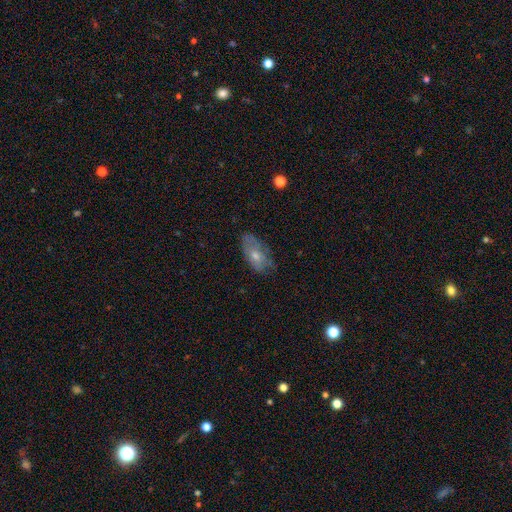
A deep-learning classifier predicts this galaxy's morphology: A smooth galaxy with no disk features (52%) that is in between round and cigar-shaped (88%).

Vote fractions:
- Smooth or featured? smooth: 52% / featured or disk: 38% / star or artifact: 10%
- How rounded? in between: 88% / cigar-shaped: 7% / round: 5%
- Merging? none: 66% / minor disturbance: 26% / major disturbance: 7% / merger: 2%